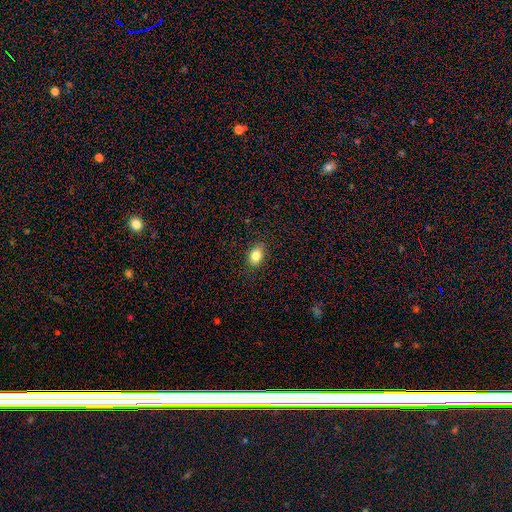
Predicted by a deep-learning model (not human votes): Smooth or featured: smooth — 83% (star or artifact — 10%)
How rounded: in between — 73% (round — 26%)
Merging: none — 86% (minor disturbance — 10%)